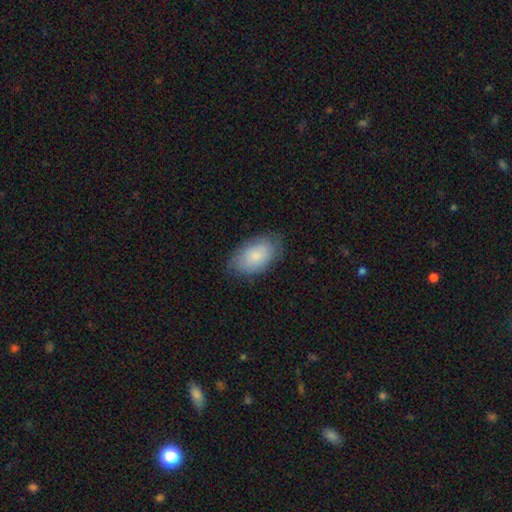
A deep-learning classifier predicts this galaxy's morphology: smooth-or-featured: smooth: 80% | featured or disk: 13% | star or artifact: 6%
  how-rounded: in between: 93% | round: 5% | cigar-shaped: 1%
  merging: none: 77% | minor disturbance: 18% | major disturbance: 4% | merger: 1%